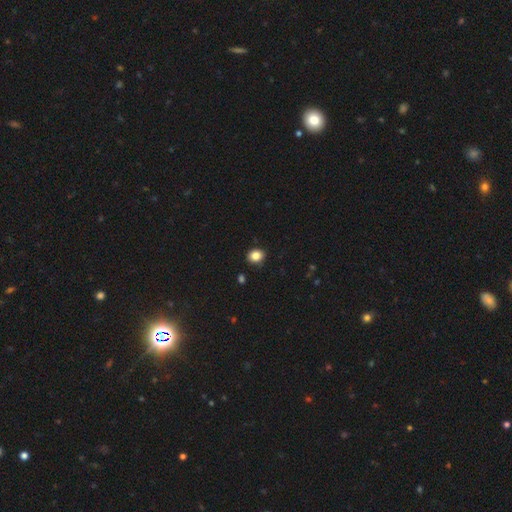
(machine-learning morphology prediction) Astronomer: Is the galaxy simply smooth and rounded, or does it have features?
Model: smooth — 85%.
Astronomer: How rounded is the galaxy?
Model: round — 59% (runner-up: in between, 40%).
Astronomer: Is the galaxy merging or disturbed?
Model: none — 87%.